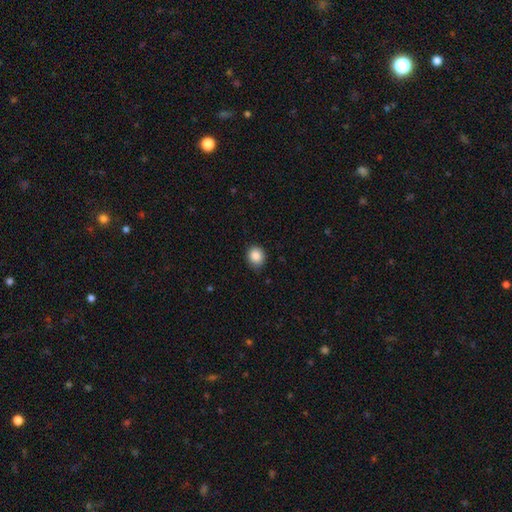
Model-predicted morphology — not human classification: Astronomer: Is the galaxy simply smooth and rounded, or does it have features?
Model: smooth — 88%.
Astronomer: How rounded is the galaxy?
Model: round — 73%.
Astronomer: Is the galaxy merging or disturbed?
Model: none — 80%.